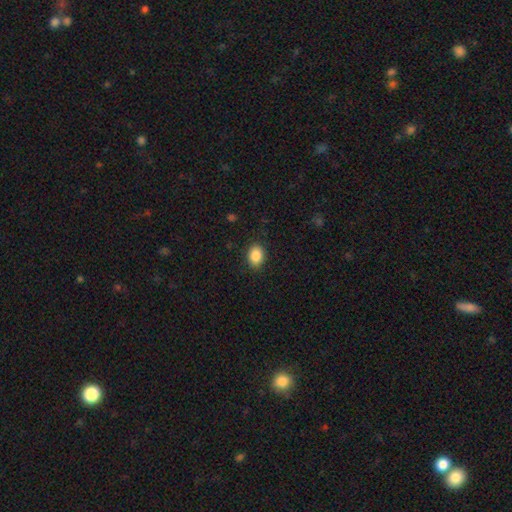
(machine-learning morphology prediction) smooth_or_featured: smooth (p=0.87) [alt: star or artifact p=0.09]
how_rounded: in between (p=0.67) [alt: round p=0.32]
merging: none (p=0.88) [alt: minor disturbance p=0.09]